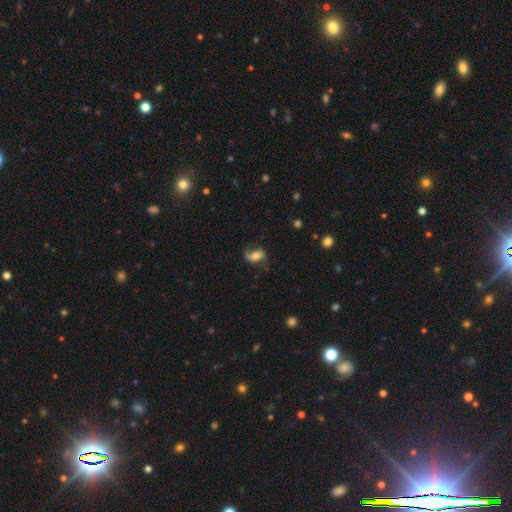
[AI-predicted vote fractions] A featured or disk galaxy (47%).

Vote fractions:
- Smooth or featured? featured or disk: 47% / smooth: 44% / star or artifact: 9%
- Merging? none: 60% / minor disturbance: 24% / major disturbance: 14% / merger: 2%